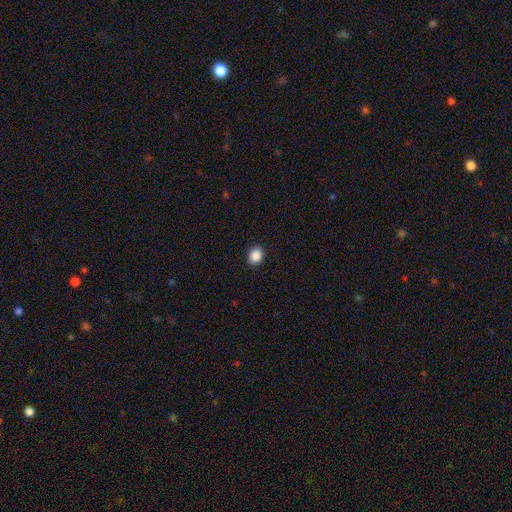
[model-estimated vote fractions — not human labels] A smooth galaxy with no disk features (88%) that is round (56%). Merging: none (91%).